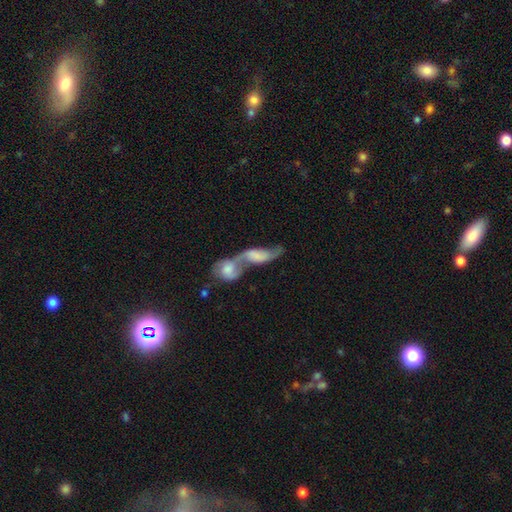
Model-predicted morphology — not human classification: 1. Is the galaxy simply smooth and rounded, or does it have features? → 59% featured or disk, 30% smooth, 11% star or artifact.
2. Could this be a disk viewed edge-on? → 85% no, 15% yes.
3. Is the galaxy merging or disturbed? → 73% merger, 15% none, 6% major disturbance, 6% minor disturbance.